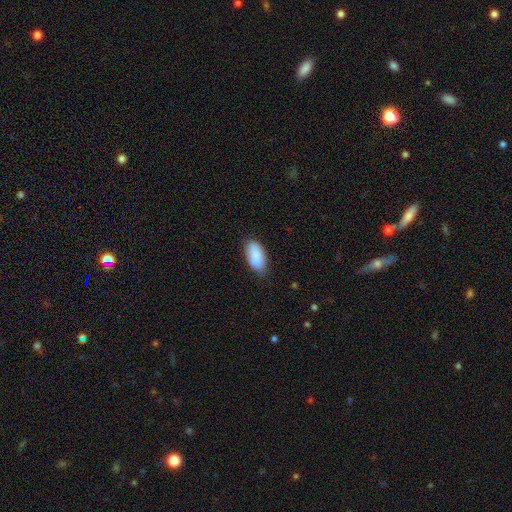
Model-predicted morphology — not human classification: Smooth or featured? Predicted: smooth (p=0.85). How rounded? Predicted: in between (p=0.93). Merging? Predicted: none (p=0.73).